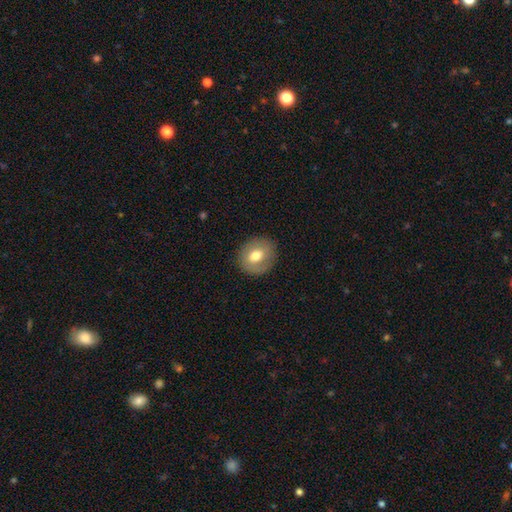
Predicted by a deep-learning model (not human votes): Morphology: type=smooth (67%); roundness=round (74%); merging=none (86%).